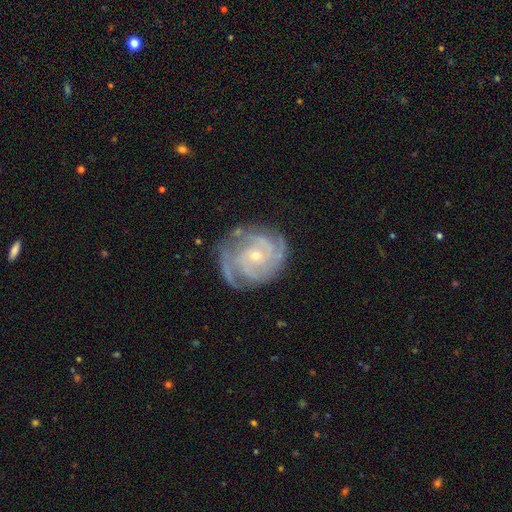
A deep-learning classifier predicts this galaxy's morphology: The model was most divided on "spiral arm count": 3: 39%, 2: 19%, 4: 16%, can't tell: 15%, more than 4: 6%, 1: 6%. More confident: spiral arms — yes (98%); edge-on disk — no (98%); smooth or featured — featured or disk (89%); merging — none (74%); spiral winding — tight (71%); bulge size — small (71%); bar — no (70%).